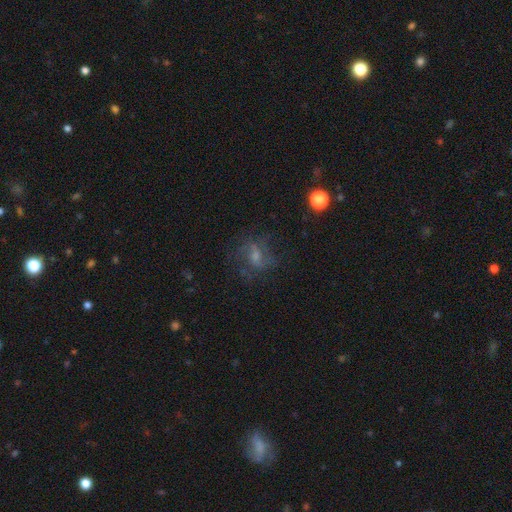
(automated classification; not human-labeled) Smooth or featured: featured or disk — 50% (smooth — 29%)
Edge-on disk: no — 95% (yes — 5%)
Merging: none — 64% (minor disturbance — 18%)